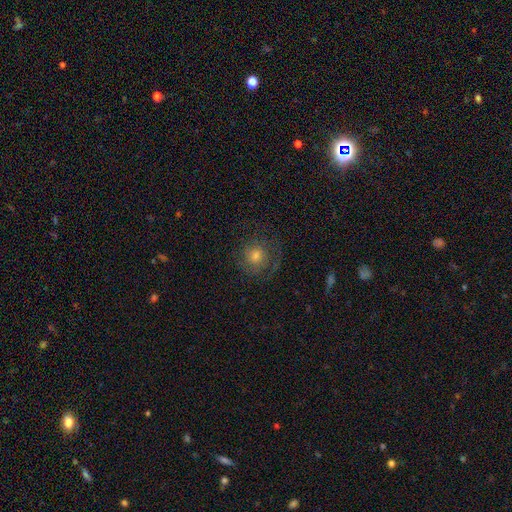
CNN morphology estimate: Smooth or featured: smooth — 44% (featured or disk — 41%)
Merging: none — 70% (minor disturbance — 16%)